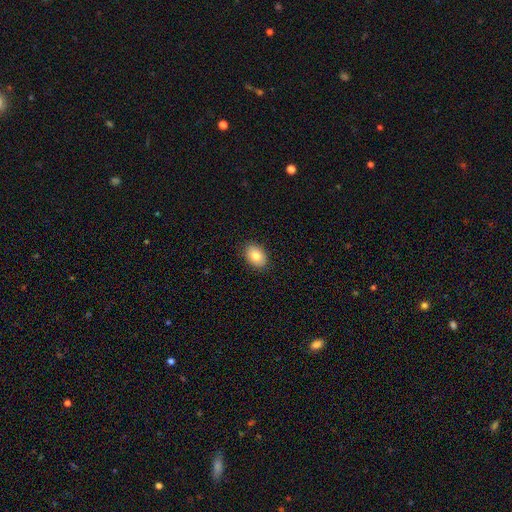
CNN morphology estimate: Smooth or featured? smooth (82%)
How rounded? in between (81%)
Merging? none (89%)